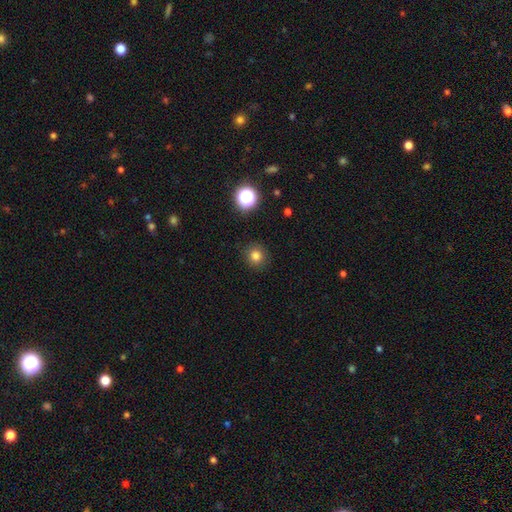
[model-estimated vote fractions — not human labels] Morphology: type=smooth (80%); roundness=round (92%); merging=none (90%).